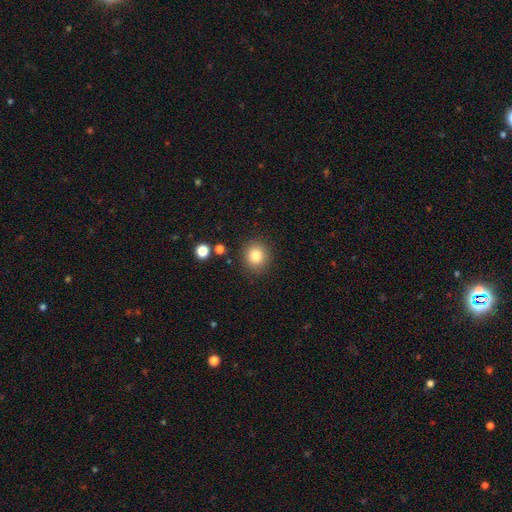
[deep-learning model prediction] smooth 83%, star or artifact 10%, featured or disk 7%. Down the decision tree: how rounded — round (86%); merging — none (87%).